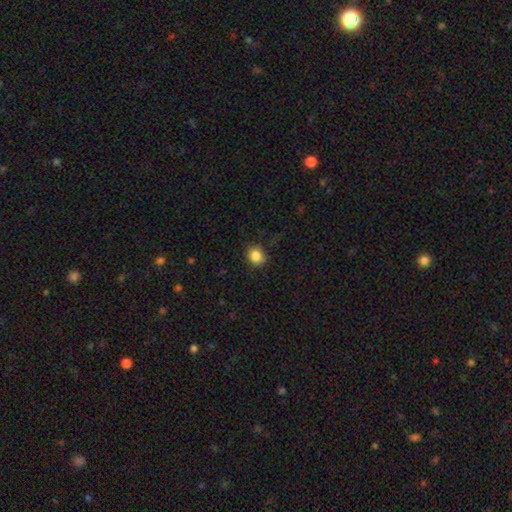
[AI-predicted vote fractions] Morphology: type=smooth (85%); roundness=round (77%); merging=none (81%).